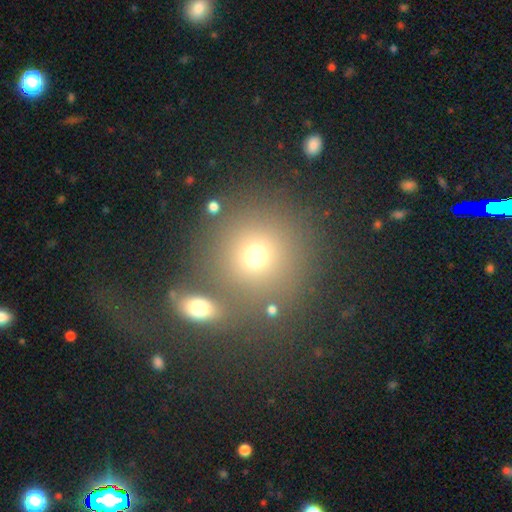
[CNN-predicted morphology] A smooth galaxy with no disk features (69%) that is round (91%). Merging: none (67%).